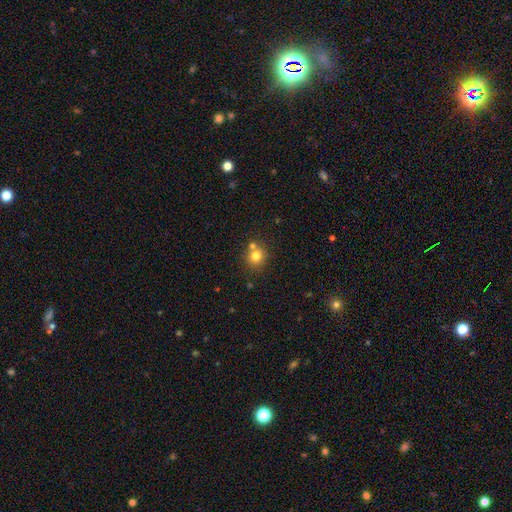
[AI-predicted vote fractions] Smooth or featured? smooth (78%)
How rounded? round (85%)
Merging? none (62%)